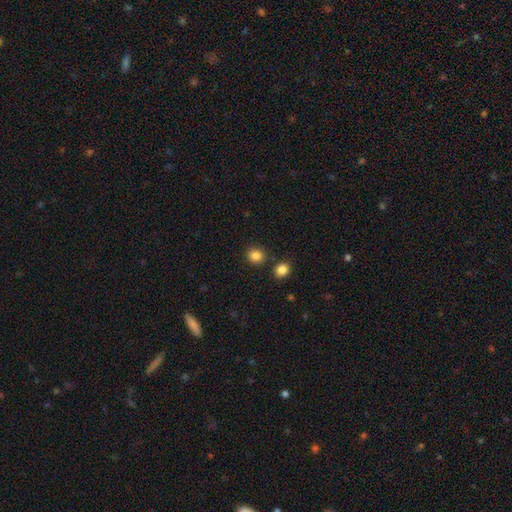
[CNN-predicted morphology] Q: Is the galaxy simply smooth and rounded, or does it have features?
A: smooth — 86%.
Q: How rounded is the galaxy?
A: round — 84%.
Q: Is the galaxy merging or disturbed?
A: none — 84%.